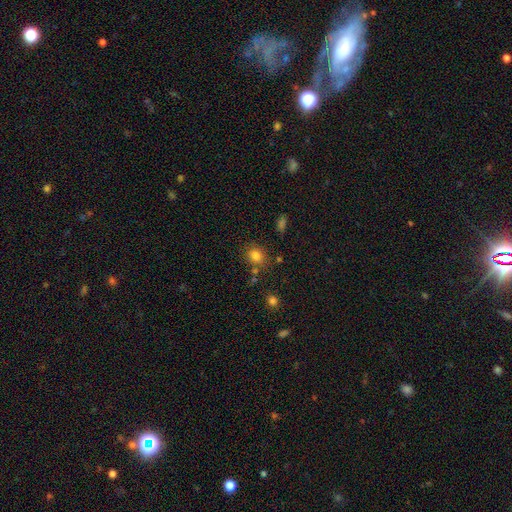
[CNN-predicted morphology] Overall: smooth (81%). How rounded: round (68%; in between 31%). Merging: none (76%).